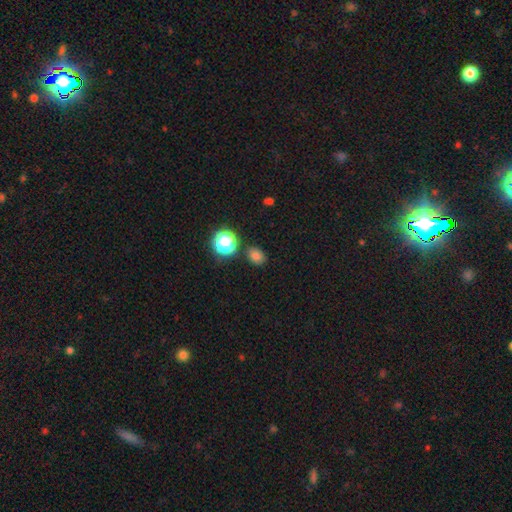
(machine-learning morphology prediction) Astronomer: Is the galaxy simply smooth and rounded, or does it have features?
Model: smooth — 76%.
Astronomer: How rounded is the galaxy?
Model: in between — 53% (runner-up: round, 46%).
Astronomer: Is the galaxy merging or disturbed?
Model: none — 82%.